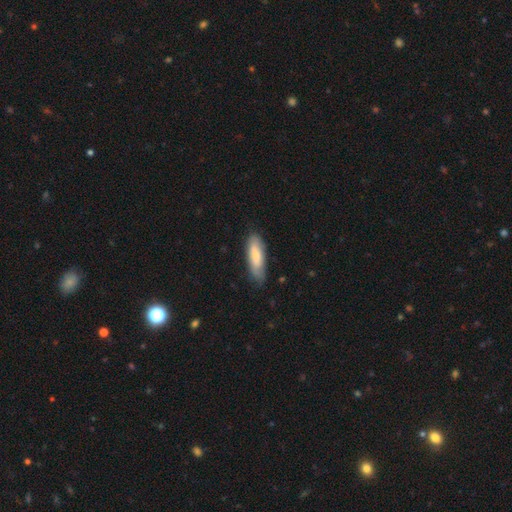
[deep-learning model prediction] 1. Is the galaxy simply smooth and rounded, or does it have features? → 76% smooth, 18% featured or disk, 5% star or artifact.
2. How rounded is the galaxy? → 56% in between, 42% cigar-shaped, 2% round.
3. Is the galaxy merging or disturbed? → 76% none, 19% minor disturbance, 3% major disturbance, 1% merger.